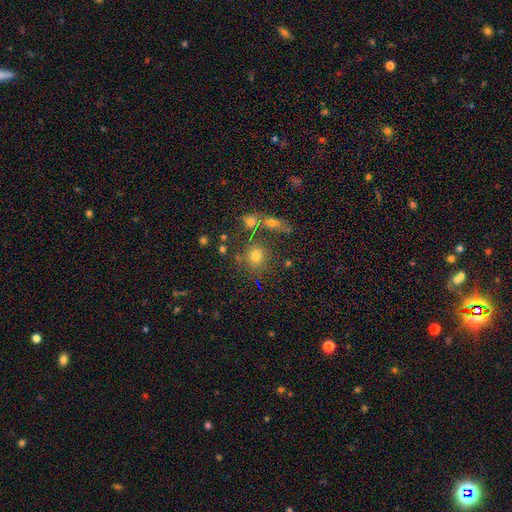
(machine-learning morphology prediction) The model was most divided on "smooth or featured": smooth: 70%, star or artifact: 19%, featured or disk: 11%. More confident: how rounded — round (85%); merging — none (70%).